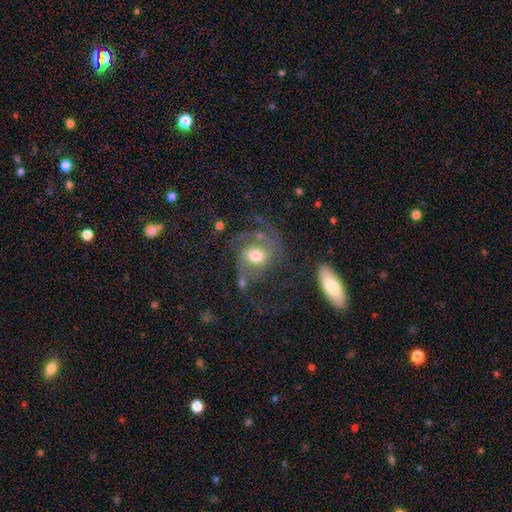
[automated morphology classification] Smooth or featured? Predicted: featured or disk (p=0.77). Edge-on disk? Predicted: no (p=0.98). Bar? Predicted: no (p=0.65). Spiral arms? Predicted: yes (p=0.91). Spiral winding? Predicted: medium (p=0.49). Spiral arm count? Predicted: 2 (p=0.59). Bulge size? Predicted: moderate (p=0.62). Merging? Predicted: none (p=0.47).